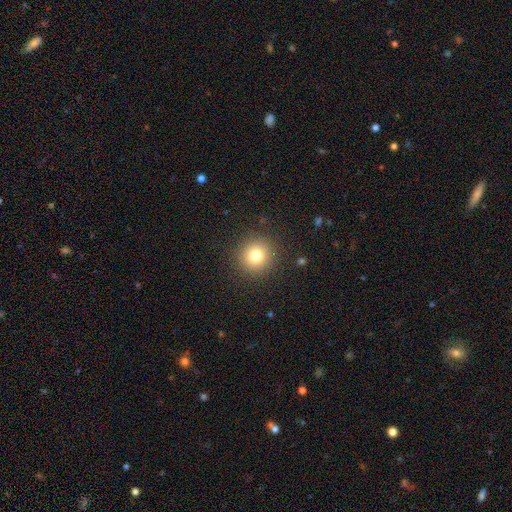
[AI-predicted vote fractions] The model was most divided on "smooth or featured": smooth: 79%, star or artifact: 12%, featured or disk: 8%. More confident: how rounded — round (93%); merging — none (90%).